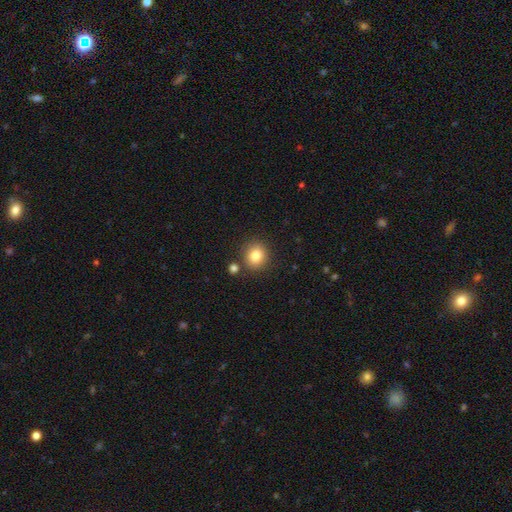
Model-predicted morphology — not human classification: This appears to be a smooth galaxy with no disk features (83%) that is round (85%). Merging: none (82%).